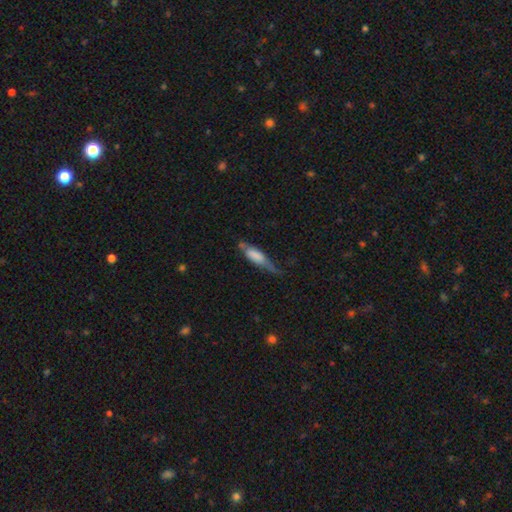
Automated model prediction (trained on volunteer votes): Smooth or featured: smooth — 65% (featured or disk — 28%)
How rounded: cigar-shaped — 49% (in between — 48%)
Merging: minor disturbance — 37% (none — 31%)